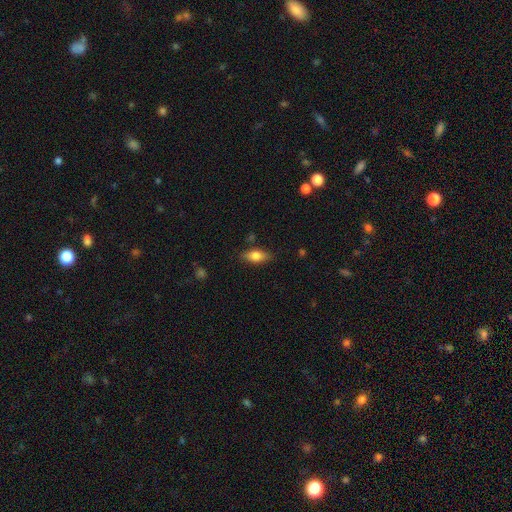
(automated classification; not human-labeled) This is likely a smooth galaxy (73%). How rounded: clearly in between (80%). Merging: clearly none (82%).